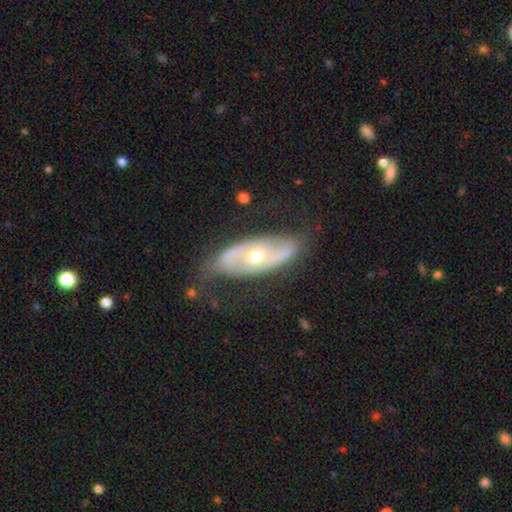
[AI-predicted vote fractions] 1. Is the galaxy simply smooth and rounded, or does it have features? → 74% featured or disk, 20% smooth, 5% star or artifact.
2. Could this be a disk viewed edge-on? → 86% no, 14% yes.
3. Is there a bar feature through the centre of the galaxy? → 68% no, 20% weak, 12% strong.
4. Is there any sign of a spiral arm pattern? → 69% yes, 31% no.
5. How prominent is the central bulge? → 66% moderate, 28% small, 4% large, 1% dominant, 1% none.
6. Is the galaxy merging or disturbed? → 69% none, 20% minor disturbance, 9% major disturbance, 2% merger.